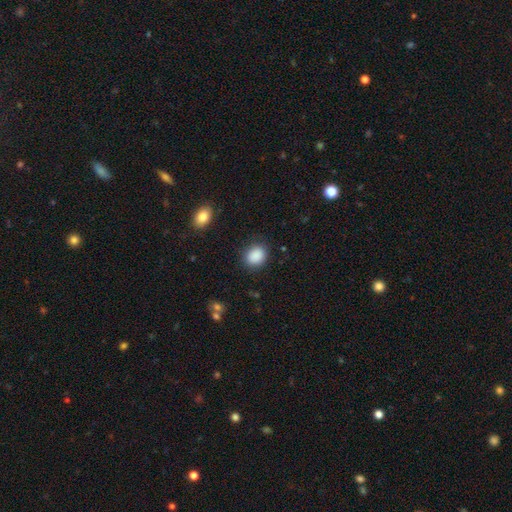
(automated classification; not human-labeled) Overall: smooth (89%). How rounded: round (60%; in between 39%). Merging: none (84%).